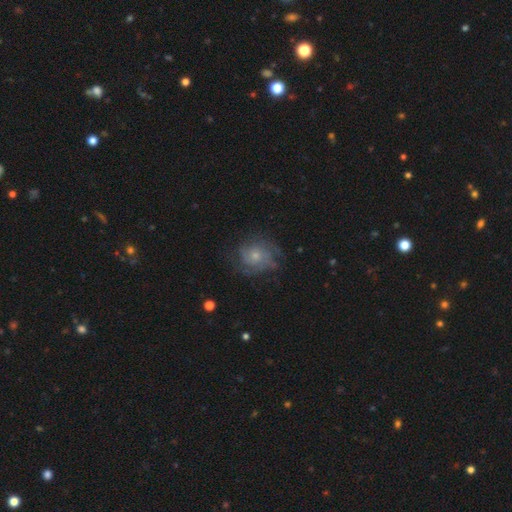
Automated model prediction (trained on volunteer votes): A featured or disk galaxy (72%) with no bar (80%), tight (51%) spiral arms (91%) and a small central bulge (58%).

Vote fractions:
- Smooth or featured? featured or disk: 72% / smooth: 19% / star or artifact: 10%
- Edge-on disk? no: 97% / yes: 3%
- Bar? no: 80% / weak: 17% / strong: 2%
- Spiral arms? yes: 91% / no: 9%
- Spiral winding? tight: 51% / medium: 37% / loose: 13%
- Spiral arm count? can't tell: 37% / 3: 21% / 2: 17% / 4: 13% / more than 4: 6% / 1: 6%
- Bulge size? small: 58% / moderate: 35% / none: 3% / large: 3% / dominant: 1%
- Merging? none: 70% / minor disturbance: 18% / major disturbance: 10% / merger: 1%